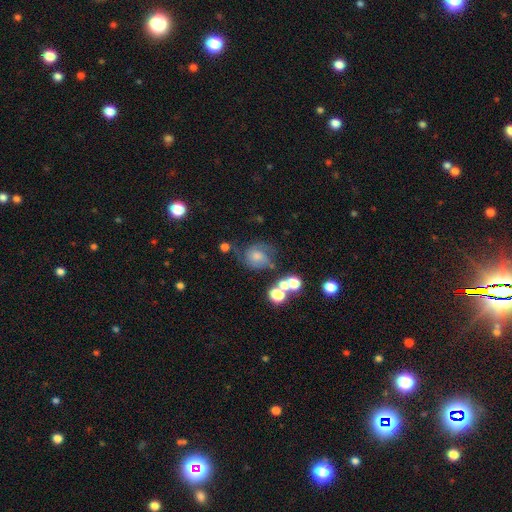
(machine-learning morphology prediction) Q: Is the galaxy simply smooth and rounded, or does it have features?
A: featured or disk — 58%.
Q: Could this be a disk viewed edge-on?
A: no — 97%.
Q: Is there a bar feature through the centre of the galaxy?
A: no — 68%.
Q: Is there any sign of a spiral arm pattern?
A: yes — 88%.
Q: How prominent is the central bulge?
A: moderate — 46%.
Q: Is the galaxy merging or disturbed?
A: none — 56%.